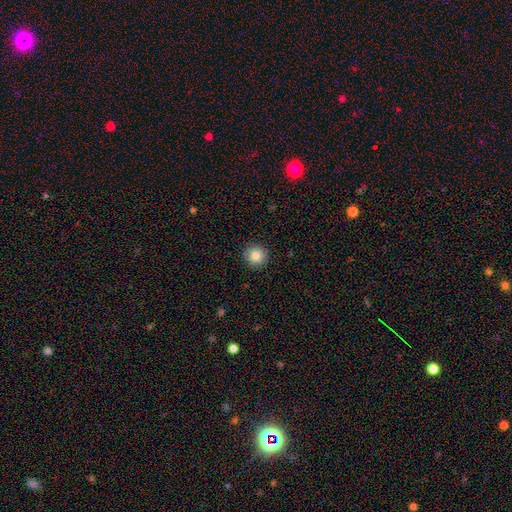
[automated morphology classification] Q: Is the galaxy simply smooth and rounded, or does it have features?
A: smooth — 84%.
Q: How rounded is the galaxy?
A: round — 93%.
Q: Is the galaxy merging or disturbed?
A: none — 90%.